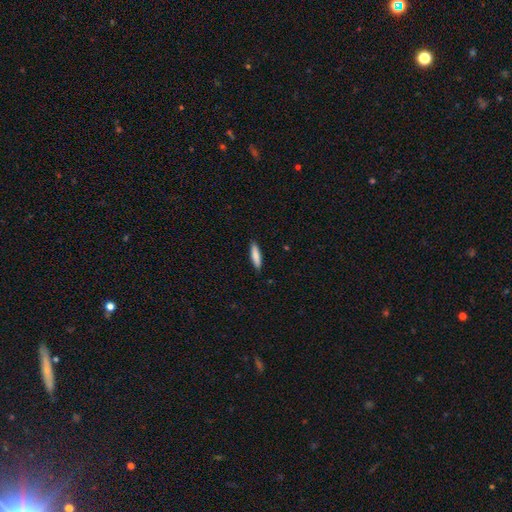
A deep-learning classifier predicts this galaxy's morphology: A smooth galaxy with no disk features (83%) that is cigar-shaped (77%). Merging: none (89%).